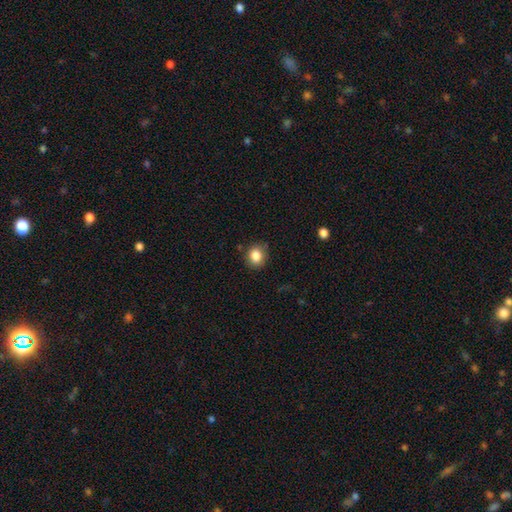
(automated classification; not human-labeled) smooth-or-featured: smooth: 85% | star or artifact: 10% | featured or disk: 6%
  how-rounded: round: 69% | in between: 30% | cigar-shaped: 1%
  merging: none: 81% | minor disturbance: 14% | major disturbance: 3% | merger: 2%